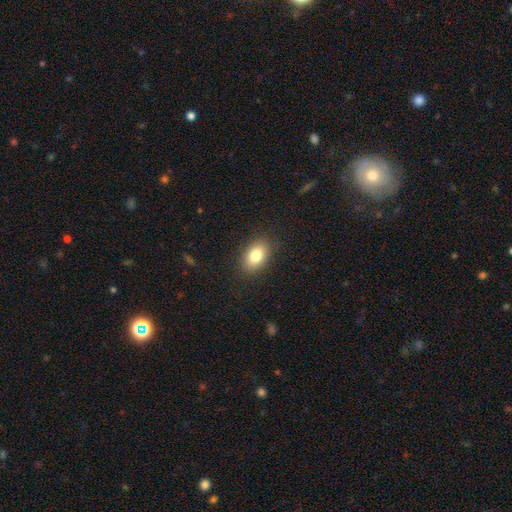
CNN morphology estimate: smooth_or_featured: smooth (p=0.81) [alt: featured or disk p=0.10]
how_rounded: in between (p=0.88) [alt: round p=0.11]
merging: none (p=0.86) [alt: minor disturbance p=0.10]